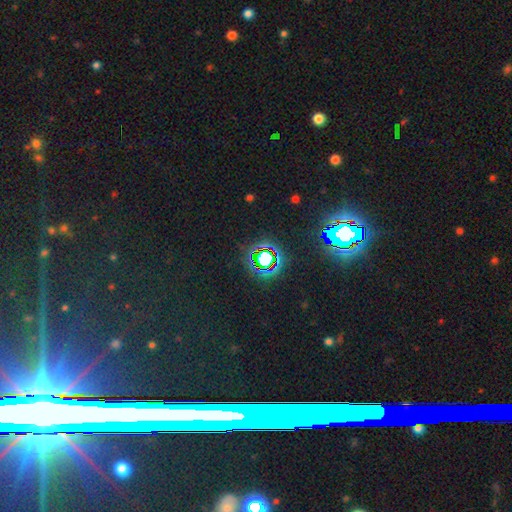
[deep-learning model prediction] This appears to be a star or artifact, not a galaxy (79%).